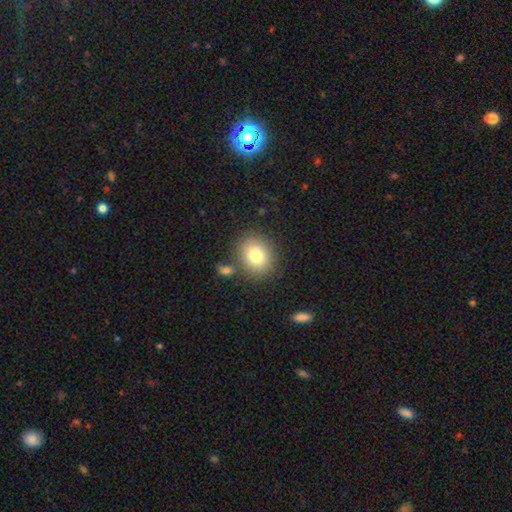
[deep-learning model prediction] smooth 81%, star or artifact 10%, featured or disk 10%. Down the decision tree: how rounded — round (63%); merging — none (79%).